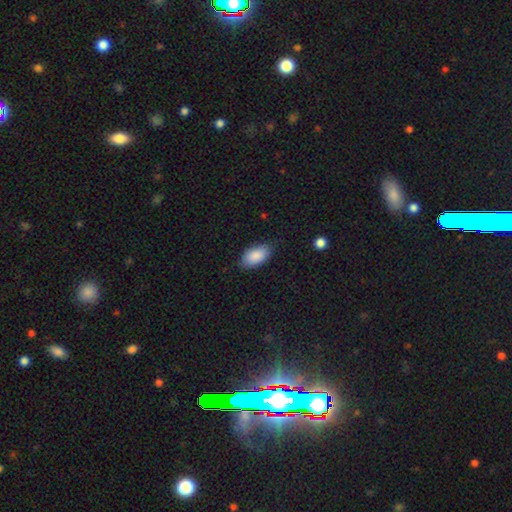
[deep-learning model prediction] A smooth galaxy with no disk features (88%) that is in between round and cigar-shaped (94%).

Vote fractions:
- Smooth or featured? smooth: 88% / star or artifact: 7% / featured or disk: 6%
- How rounded? in between: 94% / round: 3% / cigar-shaped: 2%
- Merging? none: 77% / minor disturbance: 18% / major disturbance: 3% / merger: 1%